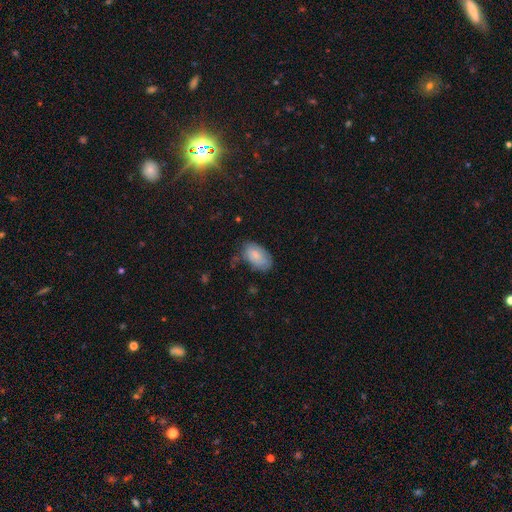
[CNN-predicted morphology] Q: Smooth or featured?
A: smooth (73%); runner-up: featured or disk (20%)
Q: How rounded?
A: in between (93%); runner-up: round (6%)
Q: Merging?
A: none (58%); runner-up: minor disturbance (30%)